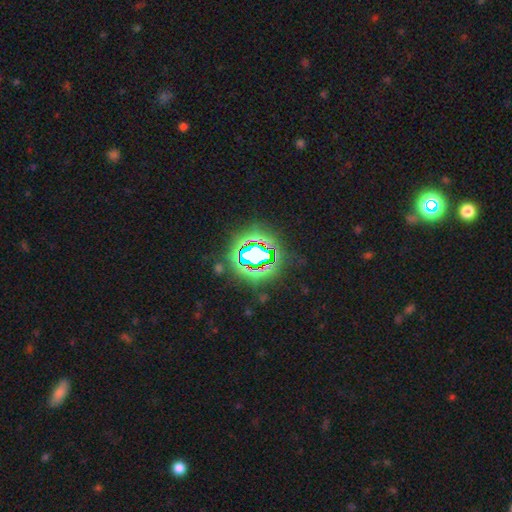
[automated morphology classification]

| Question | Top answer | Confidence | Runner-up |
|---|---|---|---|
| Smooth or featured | star or artifact | 72% | smooth (17%) |